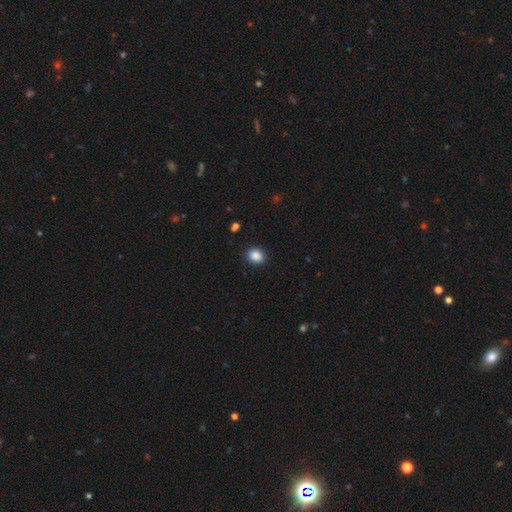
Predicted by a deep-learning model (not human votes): Smooth or featured? smooth (87%)
How rounded? round (73%)
Merging? none (90%)